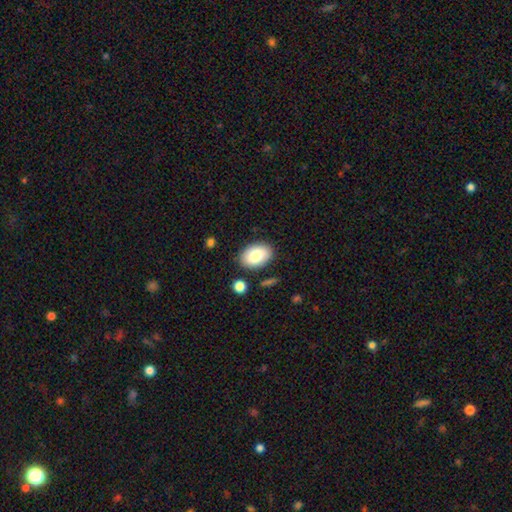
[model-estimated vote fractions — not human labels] Overall: smooth (83%). How rounded: in between (89%). Merging: none (83%).